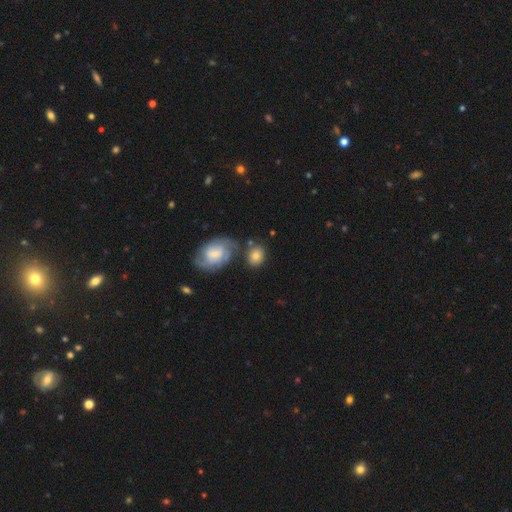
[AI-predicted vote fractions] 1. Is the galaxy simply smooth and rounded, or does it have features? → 67% smooth, 25% featured or disk, 8% star or artifact.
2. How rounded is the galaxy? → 57% round, 42% in between, 2% cigar-shaped.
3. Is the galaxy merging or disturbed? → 65% none, 15% merger, 15% minor disturbance, 5% major disturbance.